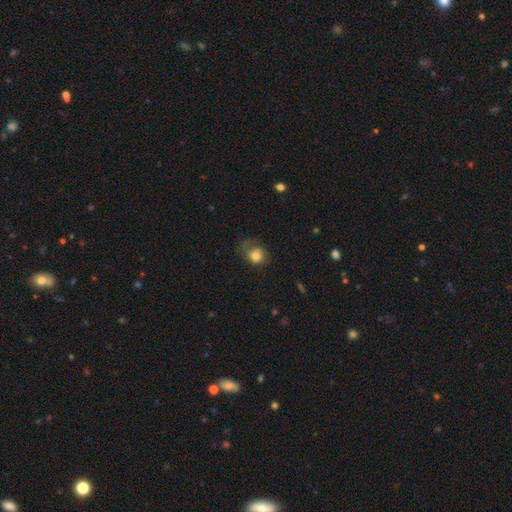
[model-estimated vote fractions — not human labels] Q: Smooth or featured?
A: smooth (77%); runner-up: featured or disk (14%)
Q: How rounded?
A: round (73%); runner-up: in between (26%)
Q: Merging?
A: none (40%); runner-up: major disturbance (31%)